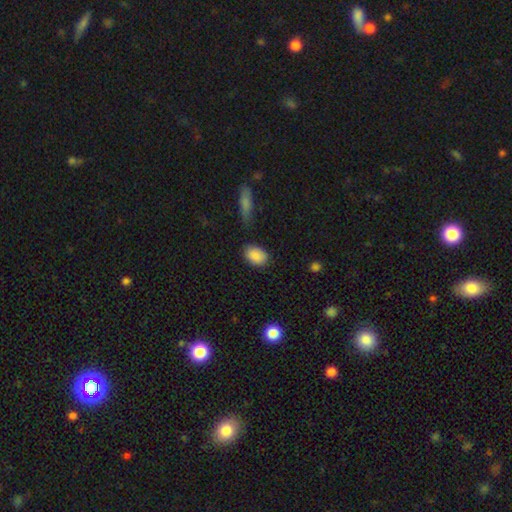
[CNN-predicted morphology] smooth 89%, star or artifact 7%, featured or disk 4%. Down the decision tree: how rounded — in between (84%); merging — none (81%).